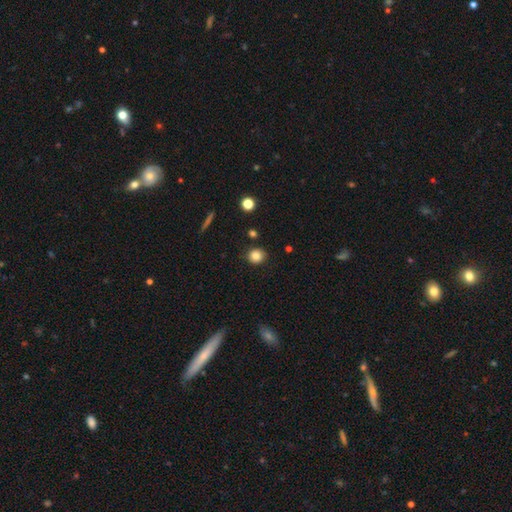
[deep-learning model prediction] Morphology: type=smooth (83%); roundness=round (87%); merging=none (87%).